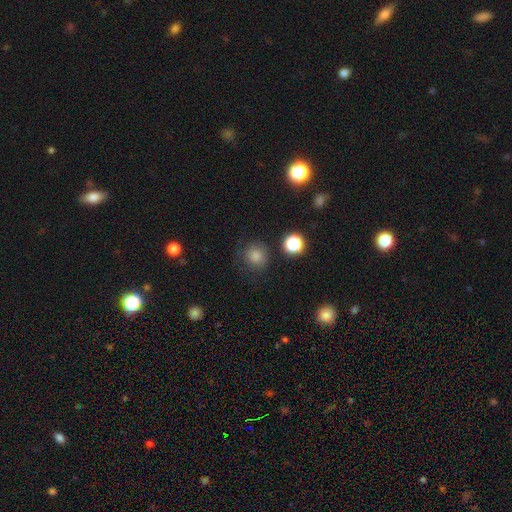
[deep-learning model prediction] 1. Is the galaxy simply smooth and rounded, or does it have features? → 77% smooth, 16% star or artifact, 7% featured or disk.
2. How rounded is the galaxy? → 92% round, 7% in between, 1% cigar-shaped.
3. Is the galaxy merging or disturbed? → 81% none, 12% minor disturbance, 5% major disturbance, 2% merger.